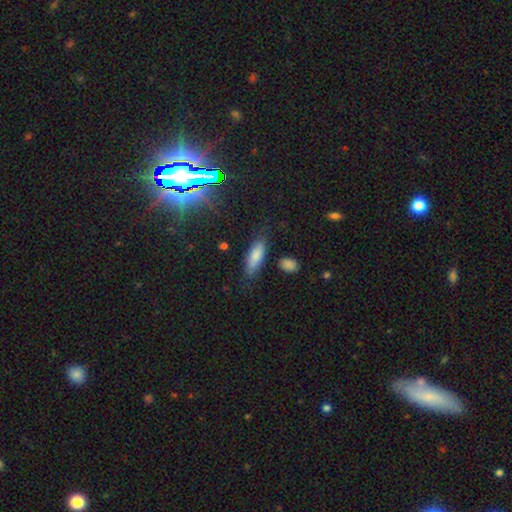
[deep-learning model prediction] This appears to be a smooth galaxy with no disk features (79%) that is in between round and cigar-shaped (60%). Merging: none (75%).